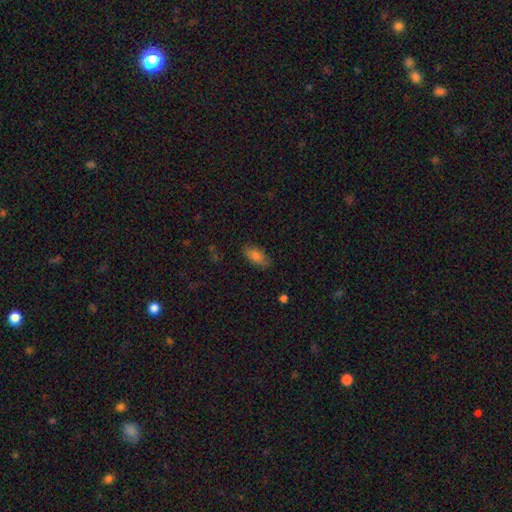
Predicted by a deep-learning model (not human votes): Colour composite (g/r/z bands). It shows a smooth galaxy with no disk features (80%) that is in between round and cigar-shaped (86%). Merging: none (84%).